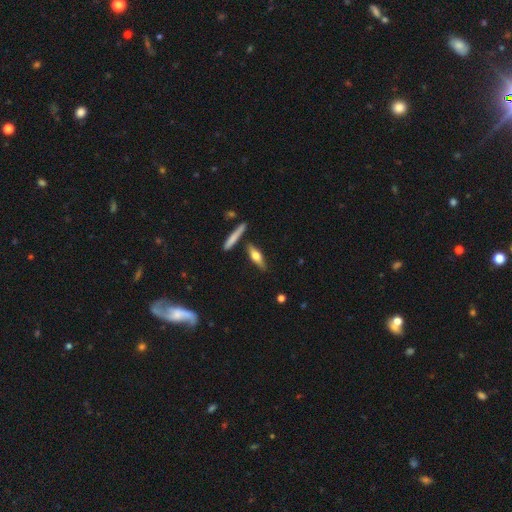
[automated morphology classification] Q: Smooth or featured?
A: smooth (47%); tied with: featured or disk (47%)
Q: Merging?
A: none (79%); runner-up: minor disturbance (11%)